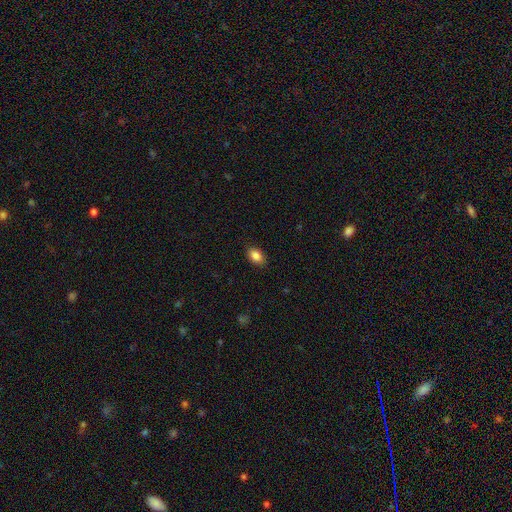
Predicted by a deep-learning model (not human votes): Smooth or featured?
  - smooth: 86% *
  - star or artifact: 8%
  - featured or disk: 5%
How rounded?
  - in between: 87% *
  - round: 11%
  - cigar-shaped: 2%
Merging?
  - none: 88% *
  - minor disturbance: 9%
  - major disturbance: 2%
  - merger: 1%